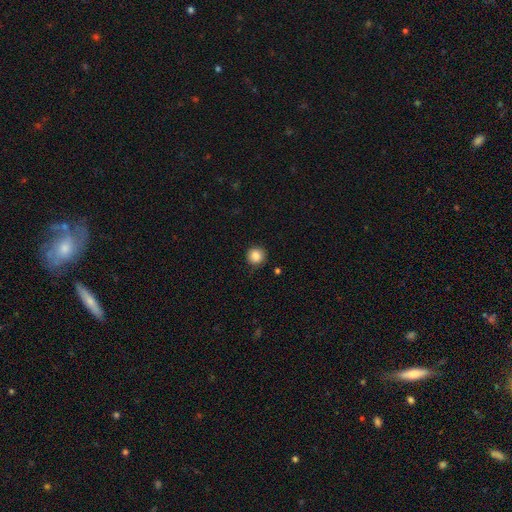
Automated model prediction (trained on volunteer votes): The model was most divided on "smooth or featured": smooth: 85%, star or artifact: 10%, featured or disk: 5%. More confident: how rounded — round (94%); merging — none (89%).